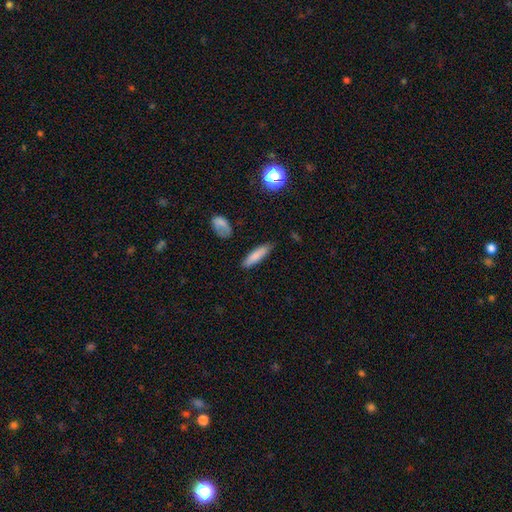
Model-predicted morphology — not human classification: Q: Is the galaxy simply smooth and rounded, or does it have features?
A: smooth — 82%.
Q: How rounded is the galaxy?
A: cigar-shaped — 72%.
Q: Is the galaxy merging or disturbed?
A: none — 80%.